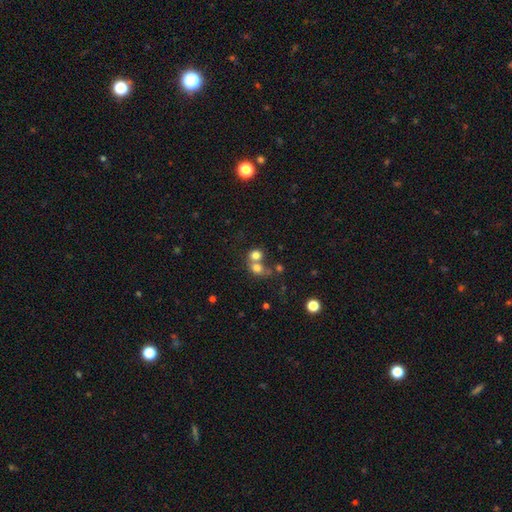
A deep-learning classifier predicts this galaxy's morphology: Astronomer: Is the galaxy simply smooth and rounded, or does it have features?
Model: smooth — 75%.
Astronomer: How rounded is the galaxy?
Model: round — 73%.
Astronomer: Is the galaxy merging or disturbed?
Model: merger — 57%.